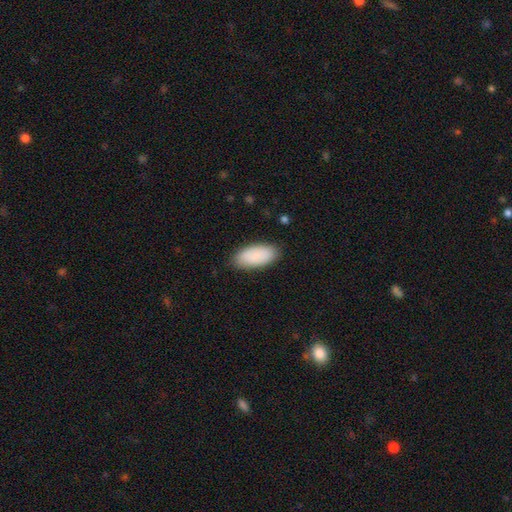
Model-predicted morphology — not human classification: Overall: smooth (89%). How rounded: in between (90%). Merging: none (86%).